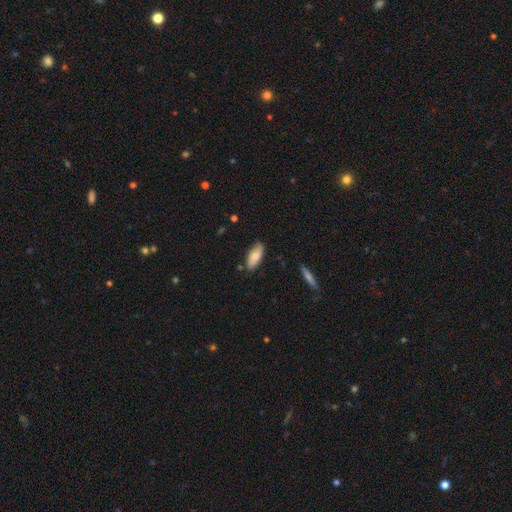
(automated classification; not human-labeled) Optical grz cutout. It shows a smooth galaxy with no disk features (76%) that is in between round and cigar-shaped (84%). Merging: none (78%).